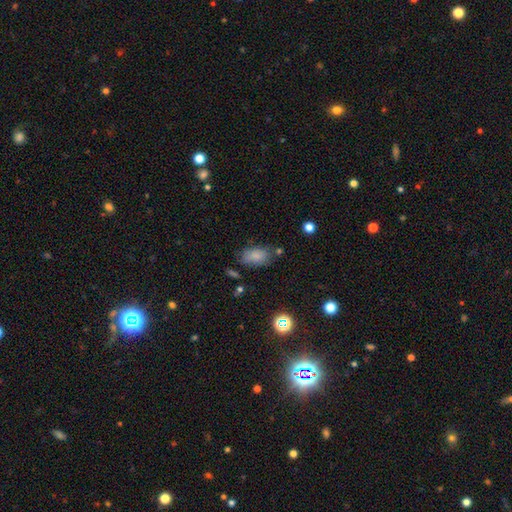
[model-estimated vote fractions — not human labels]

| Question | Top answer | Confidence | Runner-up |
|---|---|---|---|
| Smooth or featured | smooth | 80% | star or artifact (10%) |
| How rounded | in between | 90% | round (7%) |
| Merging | none | 65% | minor disturbance (22%) |